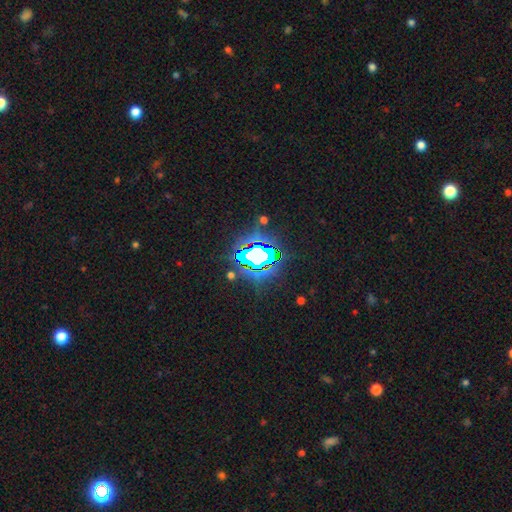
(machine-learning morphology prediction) This is likely a star or artifact rather than a galaxy (69%).